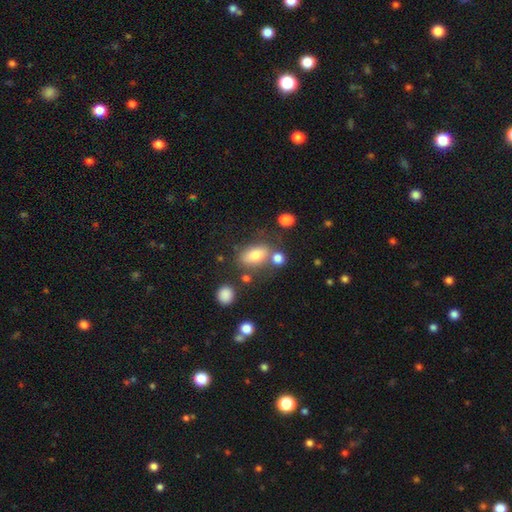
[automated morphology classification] Overall: smooth (76%). How rounded: in between (83%). Merging: none (59%).